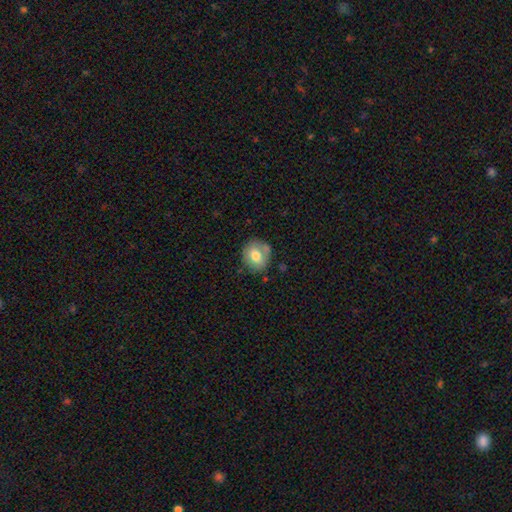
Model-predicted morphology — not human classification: A smooth galaxy with no disk features (74%) that is round (76%).

Vote fractions:
- Smooth or featured? smooth: 74% / featured or disk: 18% / star or artifact: 8%
- How rounded? round: 76% / in between: 23% / cigar-shaped: 1%
- Merging? none: 71% / minor disturbance: 18% / merger: 6% / major disturbance: 4%